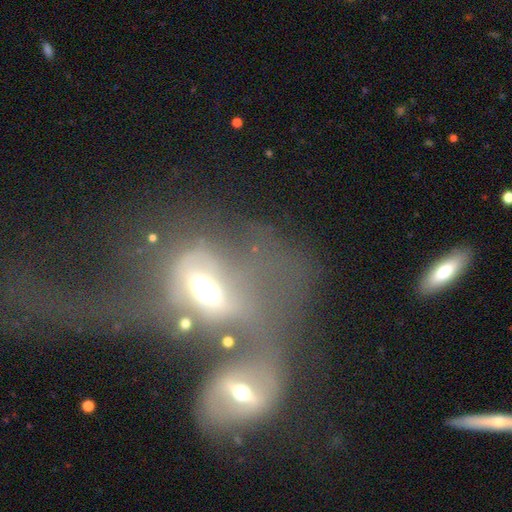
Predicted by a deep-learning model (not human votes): Q: Smooth or featured?
A: featured or disk (56%); runner-up: smooth (32%)
Q: Edge-on disk?
A: no (90%); runner-up: yes (10%)
Q: Bar?
A: no (50%); runner-up: weak (32%)
Q: Spiral arms?
A: no (54%); runner-up: yes (46%)
Q: Bulge size?
A: moderate (63%); runner-up: large (18%)
Q: Merging?
A: merger (56%); runner-up: major disturbance (30%)